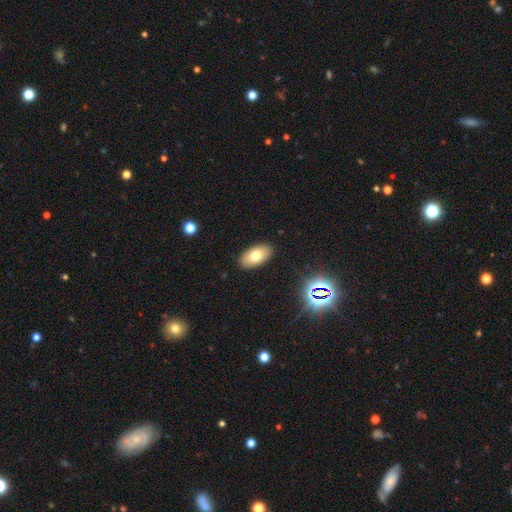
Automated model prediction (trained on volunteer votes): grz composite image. It shows a smooth galaxy with no disk features (73%) that is in between round and cigar-shaped (94%). Merging: none (89%).